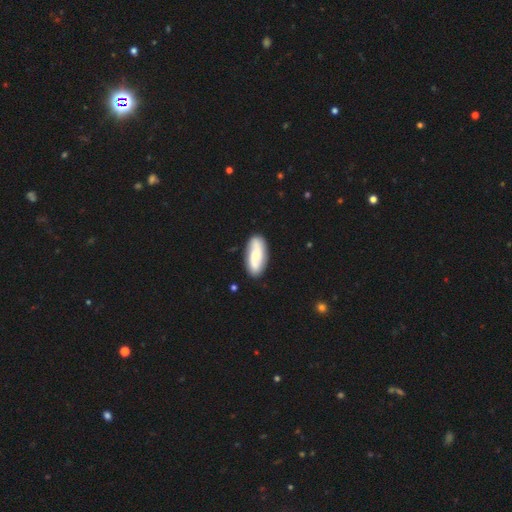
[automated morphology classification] Smooth or featured: featured or disk — 52% (smooth — 42%)
Edge-on disk: no — 88% (yes — 12%)
Merging: none — 86% (minor disturbance — 10%)